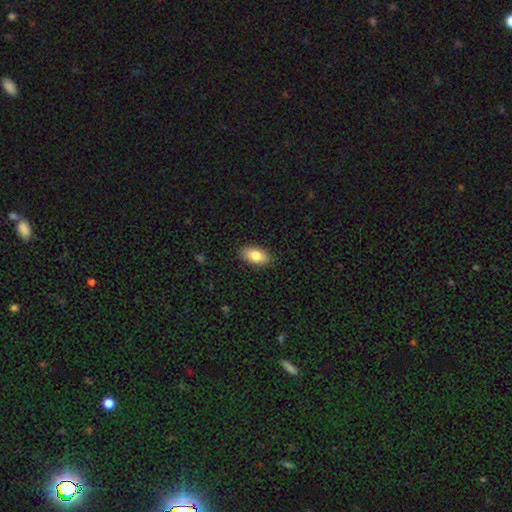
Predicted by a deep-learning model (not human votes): This appears to be a smooth galaxy with no disk features (83%) that is in between round and cigar-shaped (92%). Merging: none (89%).